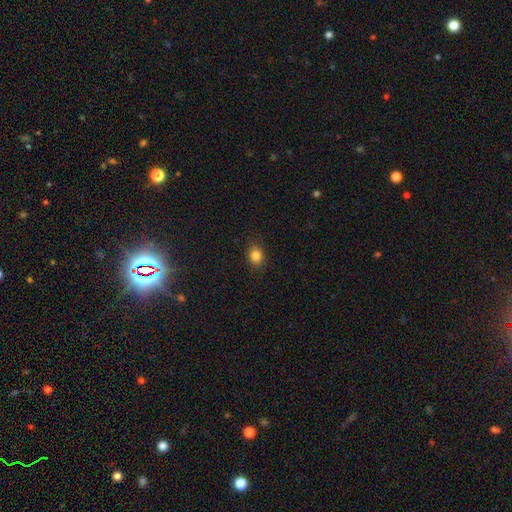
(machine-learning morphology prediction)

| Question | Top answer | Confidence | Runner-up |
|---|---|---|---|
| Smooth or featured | smooth | 84% | star or artifact (11%) |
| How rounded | round | 60% | in between (39%) |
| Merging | none | 89% | minor disturbance (8%) |